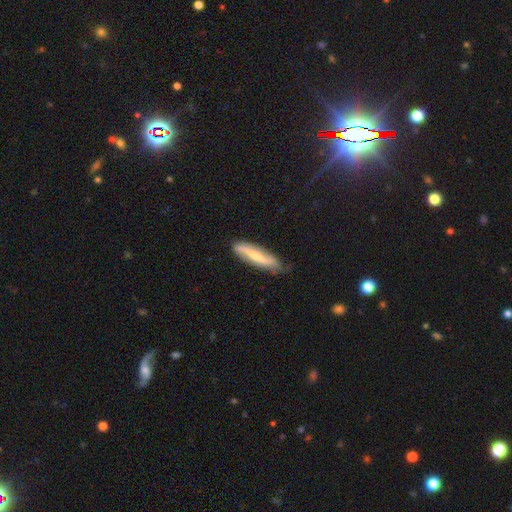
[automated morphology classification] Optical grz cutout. It shows a featured or disk galaxy (64%). Merging: none (74%).